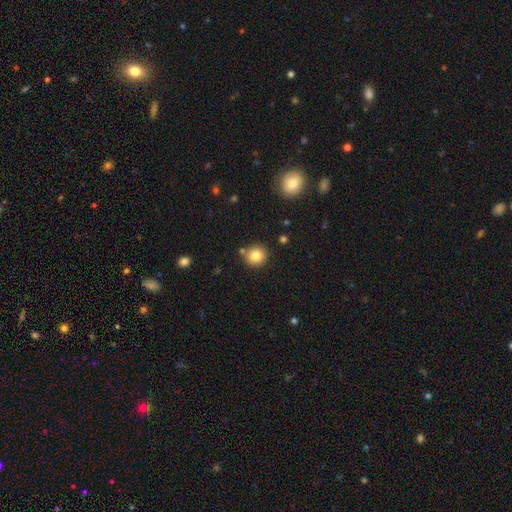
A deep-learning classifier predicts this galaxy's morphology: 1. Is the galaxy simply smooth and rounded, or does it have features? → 83% smooth, 11% star or artifact, 7% featured or disk.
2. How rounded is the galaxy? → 93% round, 6% in between, 1% cigar-shaped.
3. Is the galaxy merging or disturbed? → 84% none, 8% minor disturbance, 6% merger, 2% major disturbance.